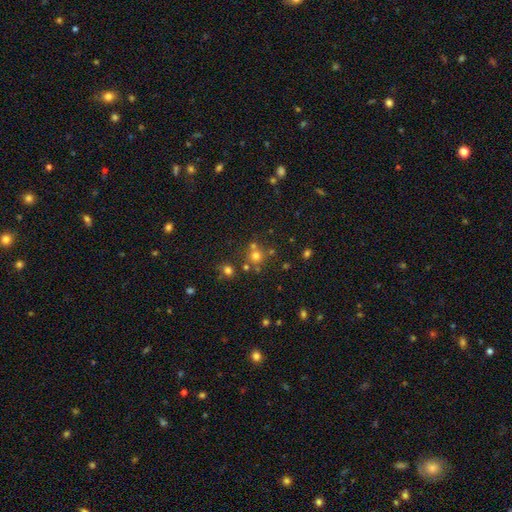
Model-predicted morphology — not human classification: Smooth or featured? Predicted: smooth (p=0.65). How rounded? Predicted: round (p=0.90). Merging? Predicted: none (p=0.65).